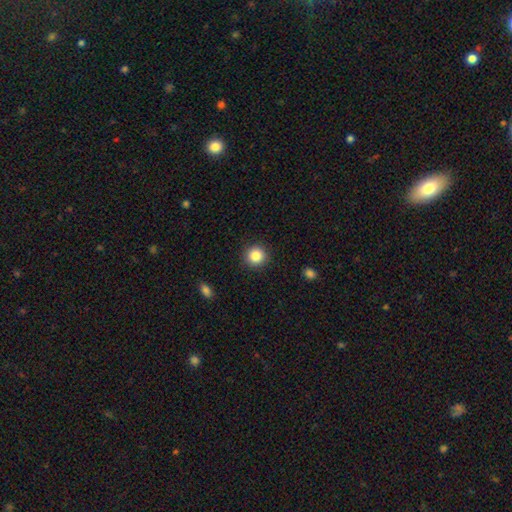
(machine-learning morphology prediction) smooth_or_featured: smooth (p=0.85) [alt: star or artifact p=0.10]
how_rounded: round (p=0.94) [alt: in between p=0.05]
merging: none (p=0.91) [alt: minor disturbance p=0.06]